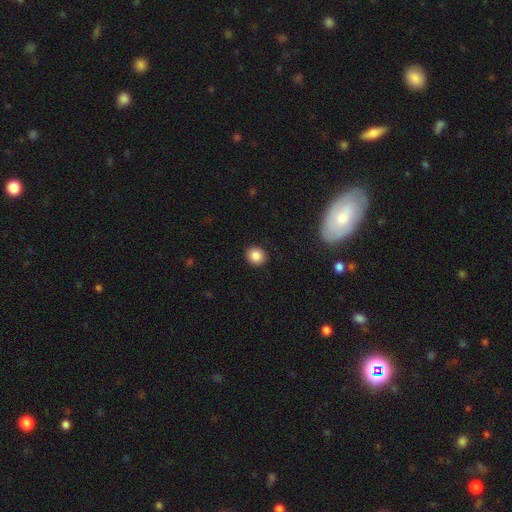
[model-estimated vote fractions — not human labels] Smooth or featured? smooth (86%)
How rounded? round (82%)
Merging? none (92%)